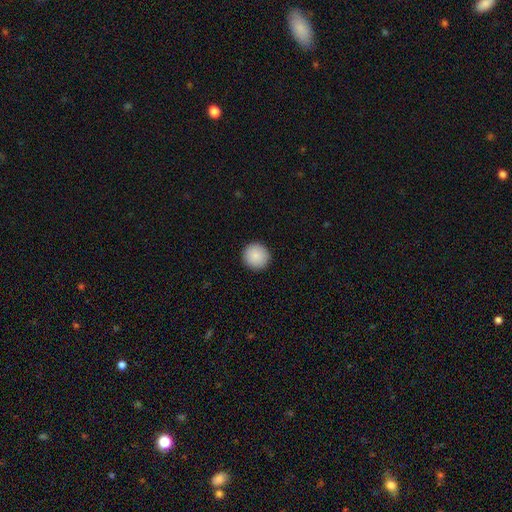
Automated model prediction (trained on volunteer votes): smooth 90%, star or artifact 7%, featured or disk 3%. Down the decision tree: how rounded — round (94%); merging — none (93%).